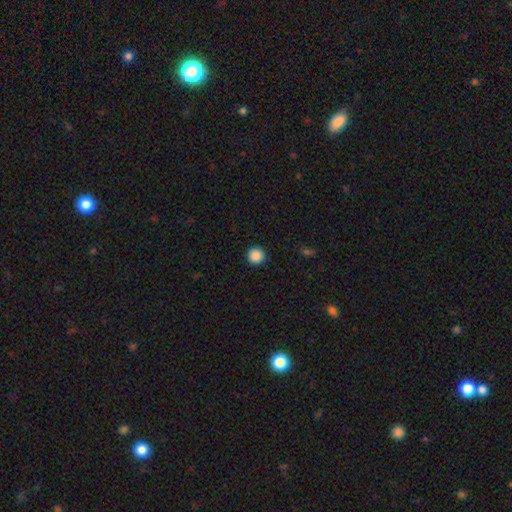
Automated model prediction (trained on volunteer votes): A smooth galaxy with no disk features (89%) that is round (96%). Merging: none (93%).